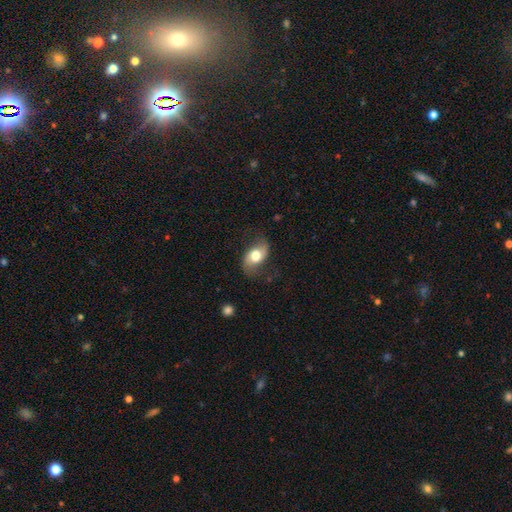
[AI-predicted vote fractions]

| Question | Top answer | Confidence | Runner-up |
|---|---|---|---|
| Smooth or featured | featured or disk | 51% | smooth (42%) |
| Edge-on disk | no | 93% | yes (7%) |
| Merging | none | 67% | minor disturbance (21%) |